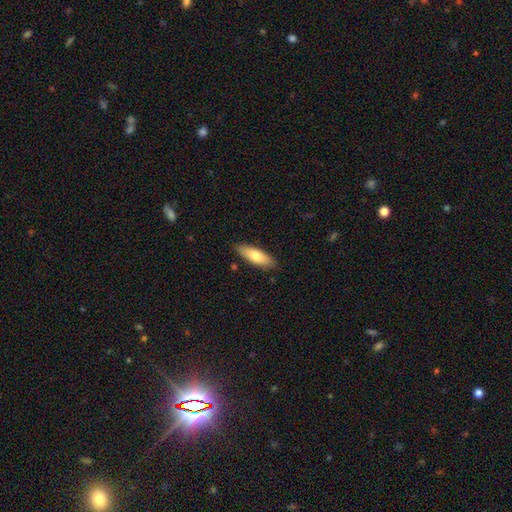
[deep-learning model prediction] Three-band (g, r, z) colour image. It shows a smooth galaxy with no disk features (74%) that is in between round and cigar-shaped (61%). Merging: none (86%).